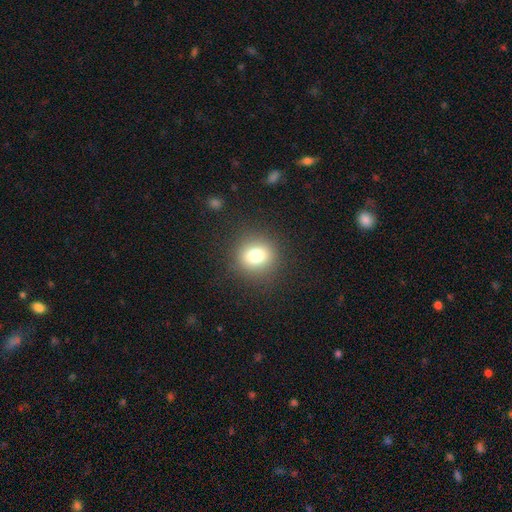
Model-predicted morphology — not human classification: smooth 77%, star or artifact 13%, featured or disk 10%. Down the decision tree: how rounded — round (84%); merging — none (88%).